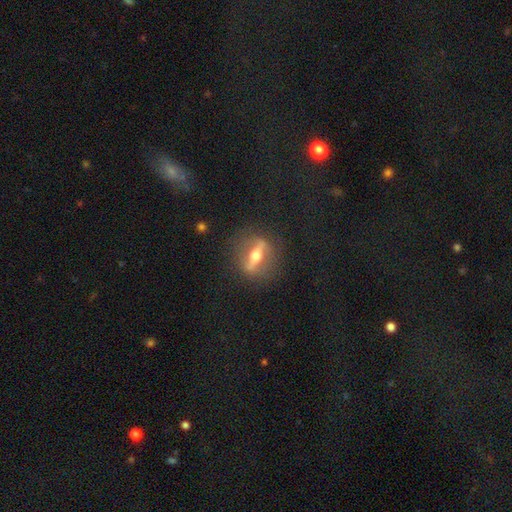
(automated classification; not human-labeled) The model was most divided on "edge-on disk": yes: 66%, no: 34%. More confident: edge-on bulge — rounded (94%); merging — none (83%); smooth or featured — featured or disk (76%).